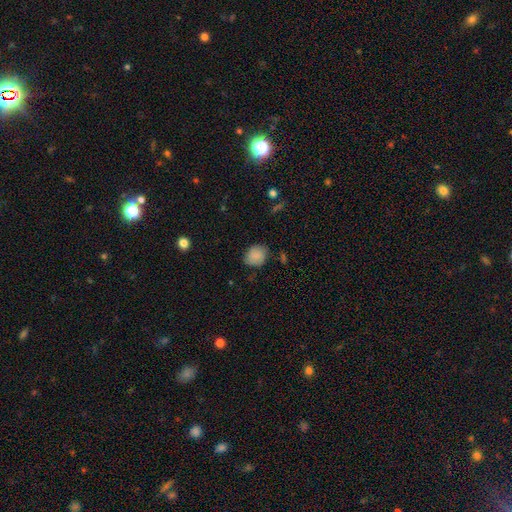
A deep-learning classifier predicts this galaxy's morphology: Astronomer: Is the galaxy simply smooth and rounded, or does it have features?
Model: smooth — 83%.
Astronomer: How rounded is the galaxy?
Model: round — 56% (runner-up: in between, 43%).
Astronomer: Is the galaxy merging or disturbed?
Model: none — 73%.